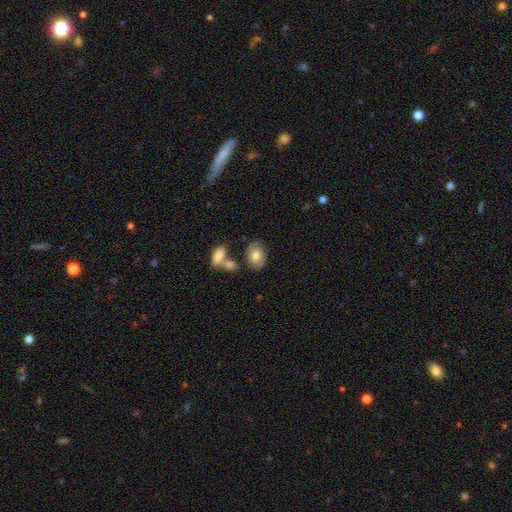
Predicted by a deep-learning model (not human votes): The model was most divided on "smooth or featured": smooth: 68%, featured or disk: 25%, star or artifact: 7%. More confident: how rounded — in between (79%); merging — none (65%).